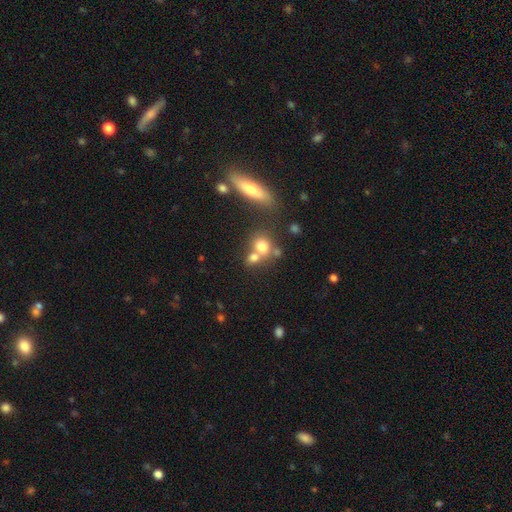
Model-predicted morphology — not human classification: The model was most divided on "merging": none: 44%, merger: 43%, minor disturbance: 9%, major disturbance: 4%. More confident: how rounded — round (65%); smooth or featured — smooth (62%).